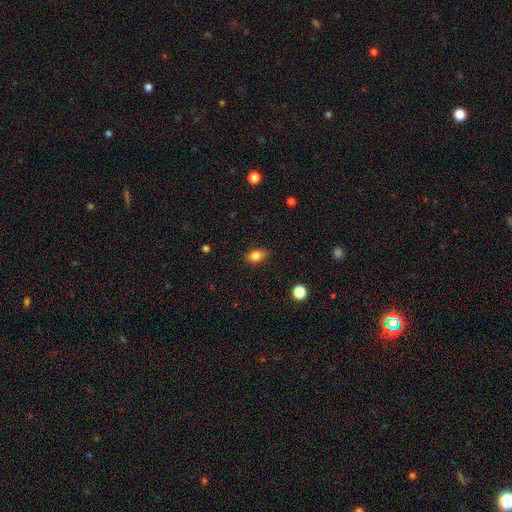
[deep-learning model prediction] Smooth or featured? Predicted: smooth (p=0.83). How rounded? Predicted: in between (p=0.84). Merging? Predicted: none (p=0.86).